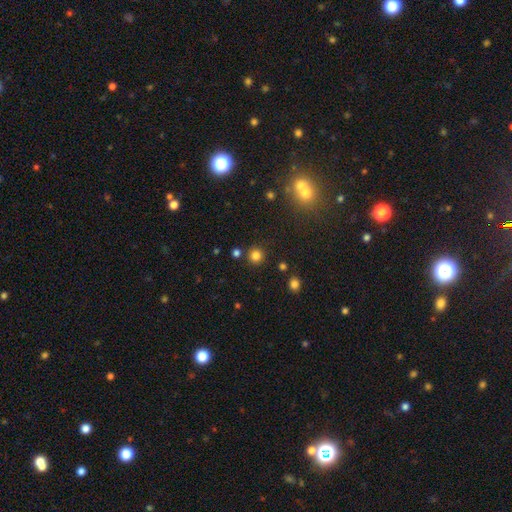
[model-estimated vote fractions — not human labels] smooth-or-featured: smooth: 80% | star or artifact: 15% | featured or disk: 5%
  how-rounded: round: 94% | in between: 5% | cigar-shaped: 1%
  merging: none: 87% | minor disturbance: 6% | merger: 5% | major disturbance: 2%